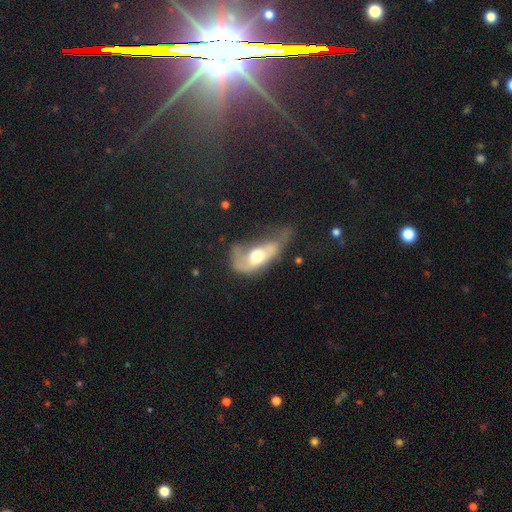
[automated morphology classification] Smooth or featured?
  - featured or disk: 52% *
  - smooth: 40%
  - star or artifact: 8%
Edge-on disk?
  - no: 86% *
  - yes: 14%
Merging?
  - major disturbance: 50% *
  - minor disturbance: 23%
  - none: 19%
  - merger: 8%